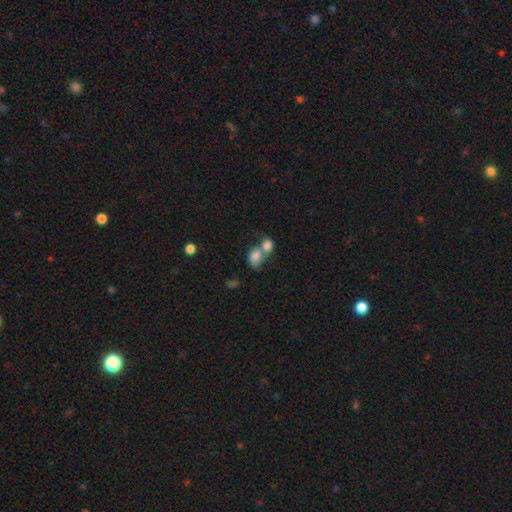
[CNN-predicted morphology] Smooth or featured? smooth (79%)
How rounded? in between (60%)
Merging? merger (72%)